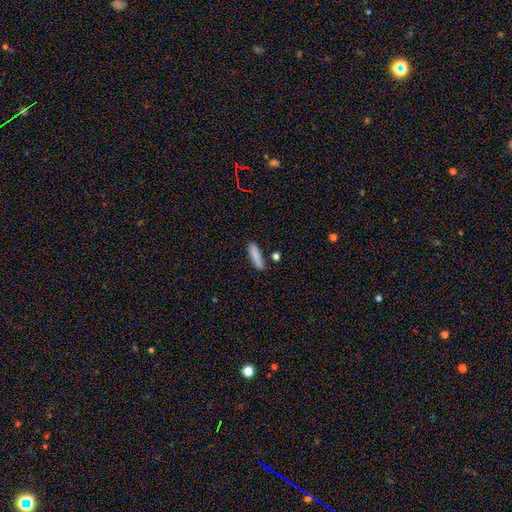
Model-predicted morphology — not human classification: smooth-or-featured: smooth: 85% | featured or disk: 8% | star or artifact: 7%
  how-rounded: cigar-shaped: 73% | in between: 26% | round: 2%
  merging: none: 78% | minor disturbance: 13% | merger: 6% | major disturbance: 3%